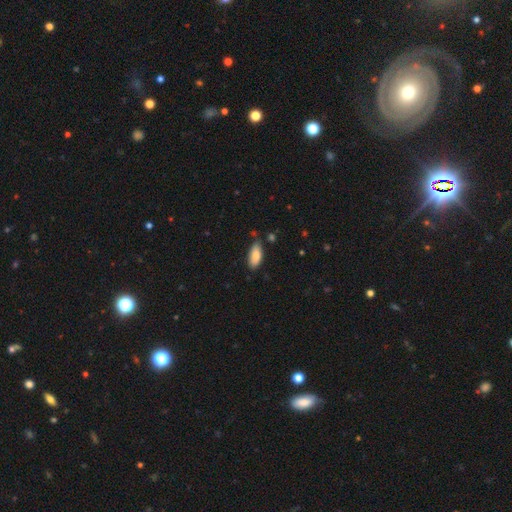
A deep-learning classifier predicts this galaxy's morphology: Smooth or featured?
  - smooth: 84% *
  - featured or disk: 9%
  - star or artifact: 6%
How rounded?
  - in between: 85% *
  - cigar-shaped: 13%
  - round: 2%
Merging?
  - none: 75% *
  - minor disturbance: 19%
  - merger: 3%
  - major disturbance: 3%